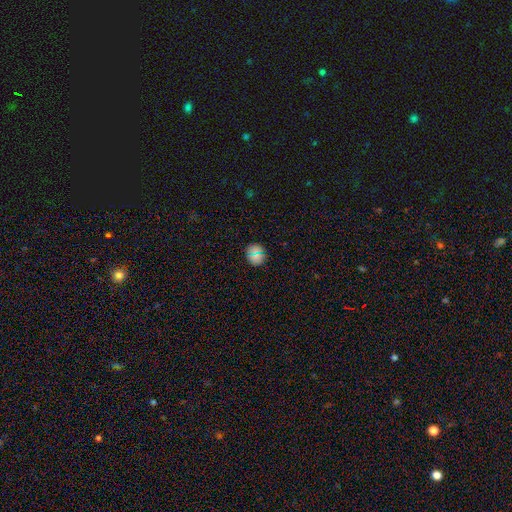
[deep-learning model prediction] A smooth galaxy with no disk features (76%) that is round (90%).

Vote fractions:
- Smooth or featured? smooth: 76% / star or artifact: 18% / featured or disk: 6%
- How rounded? round: 90% / in between: 9% / cigar-shaped: 1%
- Merging? none: 89% / minor disturbance: 7% / major disturbance: 2% / merger: 2%